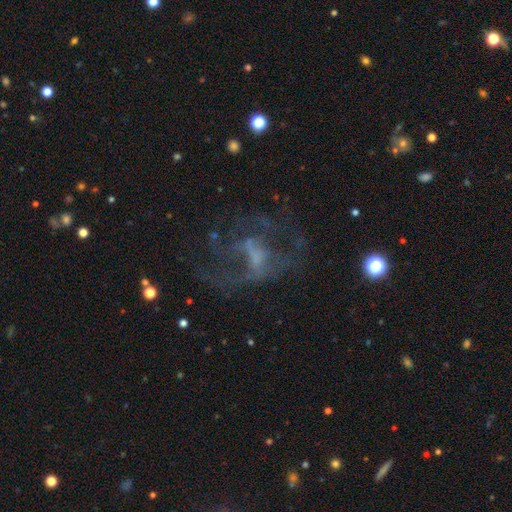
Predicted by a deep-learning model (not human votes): Smooth or featured? featured or disk (63%)
Edge-on disk? no (97%)
Bar? no (63%)
Spiral arms? no (61%)
Bulge size? none (53%)
Merging? none (42%)